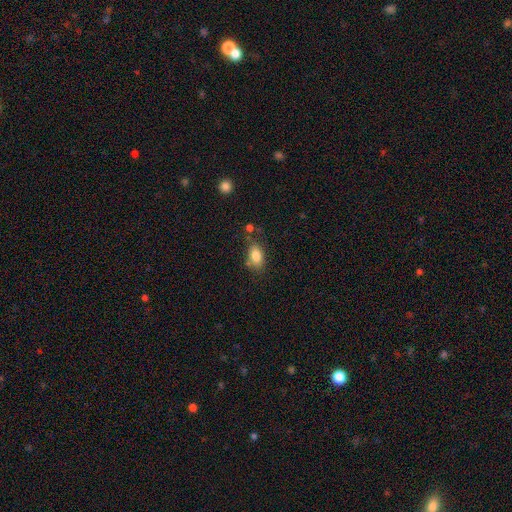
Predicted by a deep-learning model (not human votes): The model was most divided on "merging": none: 70%, minor disturbance: 17%, merger: 8%, major disturbance: 5%. More confident: how rounded — in between (88%); smooth or featured — smooth (83%).